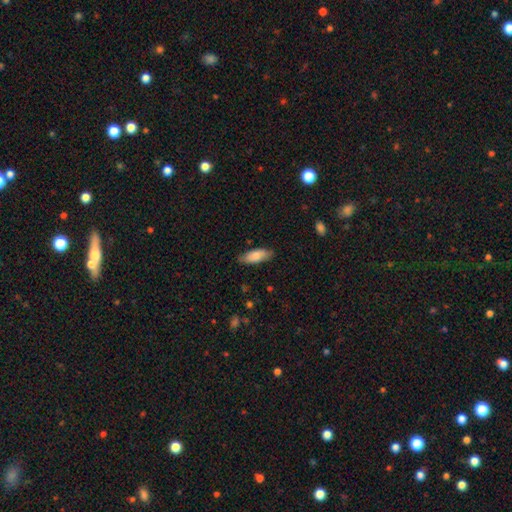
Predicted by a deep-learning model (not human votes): Overall: smooth (81%). How rounded: in between (73%). Merging: none (84%).